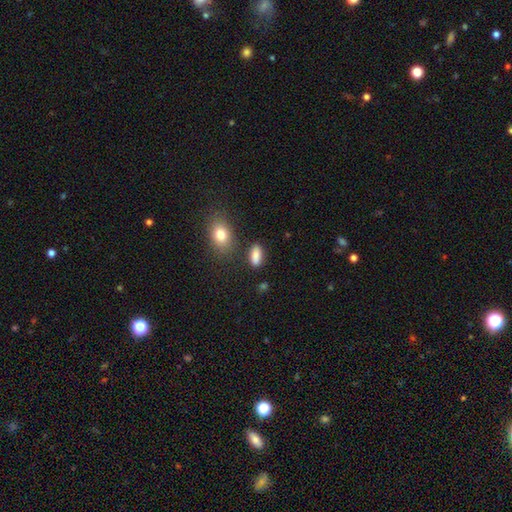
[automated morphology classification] A smooth galaxy with no disk features (84%) that is in between round and cigar-shaped (82%). Merging: none (77%).